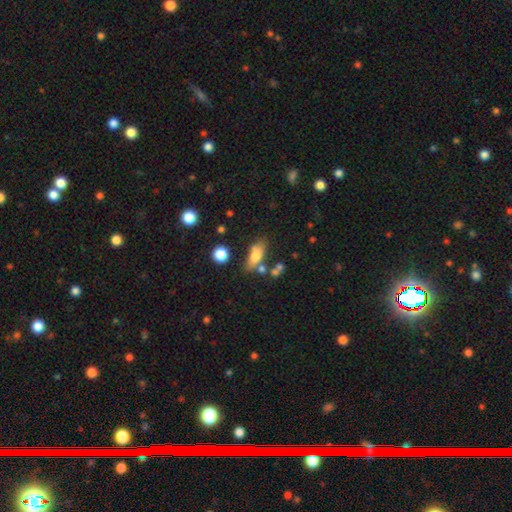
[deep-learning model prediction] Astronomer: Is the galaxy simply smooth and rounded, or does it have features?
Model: smooth — 68%.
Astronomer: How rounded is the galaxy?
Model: in between — 71%.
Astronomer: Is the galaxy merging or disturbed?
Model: none — 55%.